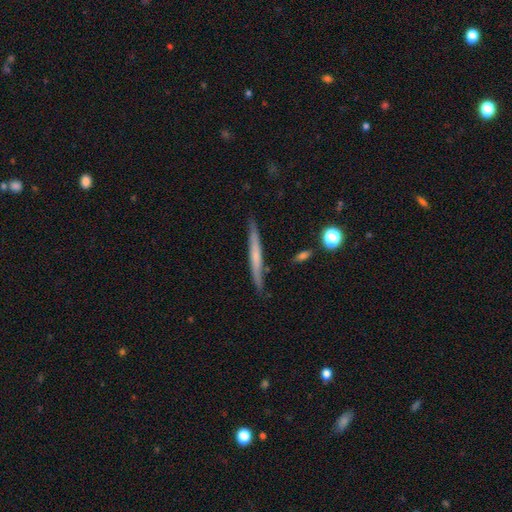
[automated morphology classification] A featured or disk galaxy (49%). Merging: none (83%).